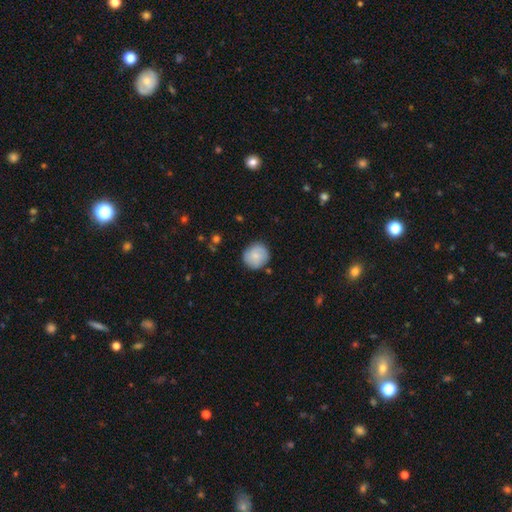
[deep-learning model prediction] A smooth galaxy with no disk features (76%) that is round (91%).

Vote fractions:
- Smooth or featured? smooth: 76% / featured or disk: 17% / star or artifact: 7%
- How rounded? round: 91% / in between: 8% / cigar-shaped: 1%
- Merging? none: 84% / minor disturbance: 12% / major disturbance: 3% / merger: 2%